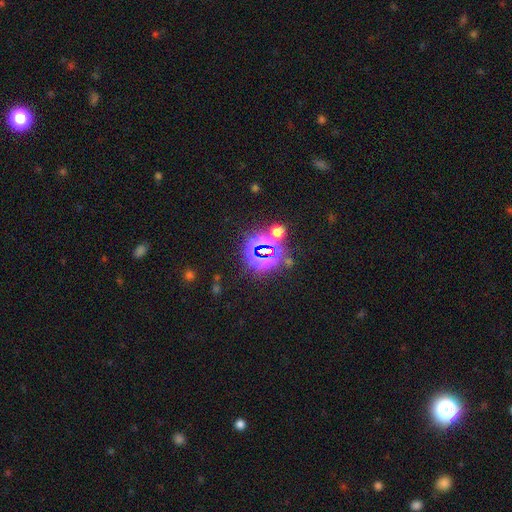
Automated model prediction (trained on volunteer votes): star or artifact 77%, smooth 15%, featured or disk 8%.